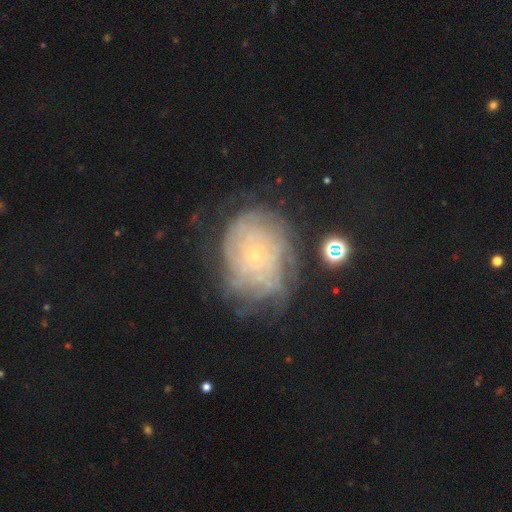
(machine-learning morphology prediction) Smooth or featured? Predicted: featured or disk (p=0.73). Edge-on disk? Predicted: no (p=0.97). Bar? Predicted: no (p=0.83). Spiral arms? Predicted: yes (p=0.87). Spiral winding? Predicted: tight (p=0.75). Spiral arm count? Predicted: can't tell (p=0.48). Bulge size? Predicted: small (p=0.85). Merging? Predicted: none (p=0.64).